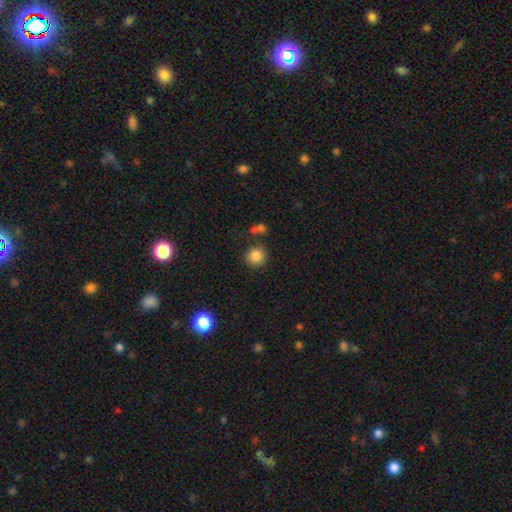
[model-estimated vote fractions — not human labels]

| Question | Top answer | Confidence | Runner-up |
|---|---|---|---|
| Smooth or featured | smooth | 85% | star or artifact (10%) |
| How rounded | round | 90% | in between (9%) |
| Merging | none | 78% | minor disturbance (10%) |